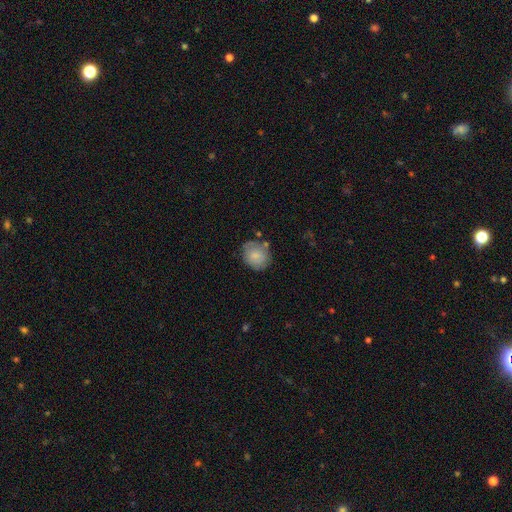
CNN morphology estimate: Overall: smooth (77%). How rounded: round (72%). Merging: none (67%).